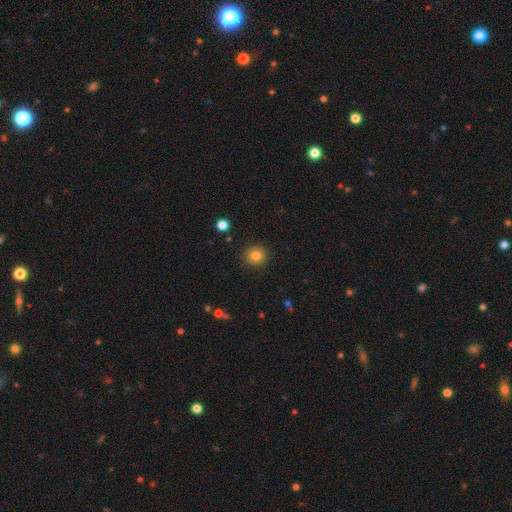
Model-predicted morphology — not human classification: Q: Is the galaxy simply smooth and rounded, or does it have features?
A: smooth — 81%.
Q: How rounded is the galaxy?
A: round — 91%.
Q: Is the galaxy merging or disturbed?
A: none — 92%.